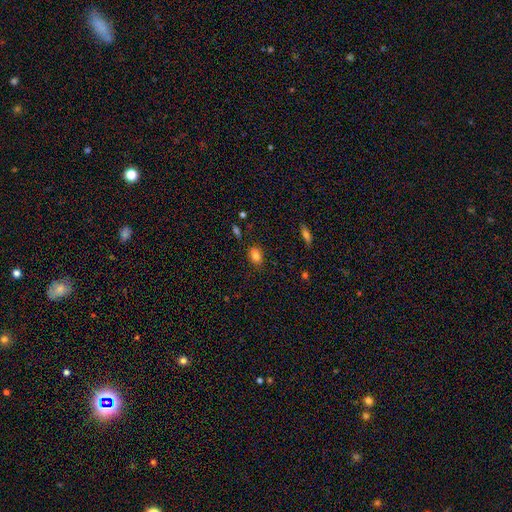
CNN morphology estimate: Q: Smooth or featured?
A: smooth (82%); runner-up: star or artifact (10%)
Q: How rounded?
A: in between (74%); runner-up: round (25%)
Q: Merging?
A: none (83%); runner-up: minor disturbance (13%)